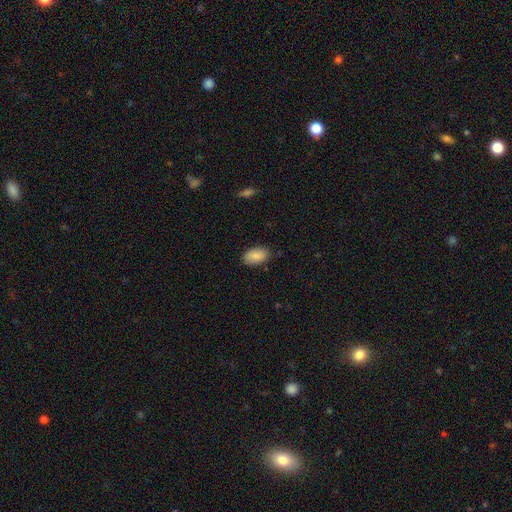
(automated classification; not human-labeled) Smooth or featured: smooth — 88% (star or artifact — 7%)
How rounded: in between — 93% (round — 5%)
Merging: none — 84% (minor disturbance — 12%)